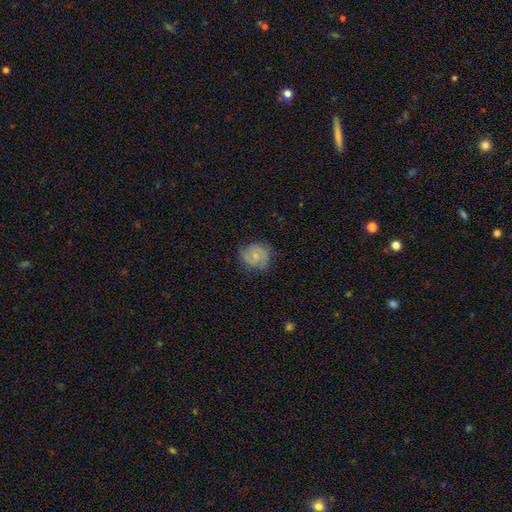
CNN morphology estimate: Smooth or featured: smooth — 59% (featured or disk — 33%)
How rounded: round — 85% (in between — 14%)
Merging: none — 75% (minor disturbance — 19%)